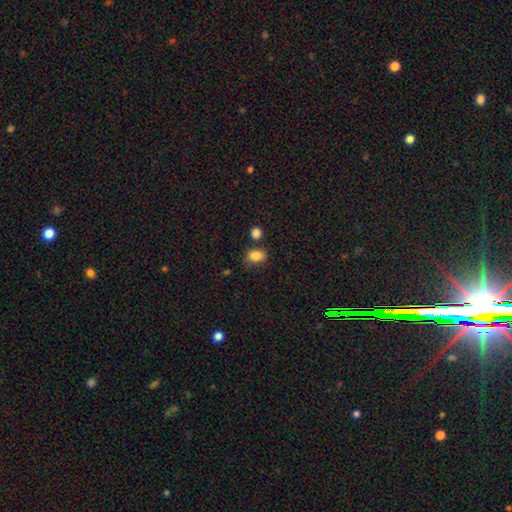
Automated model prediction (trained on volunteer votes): Morphology: type=smooth (84%); roundness=in between (61%); merging=none (69%).